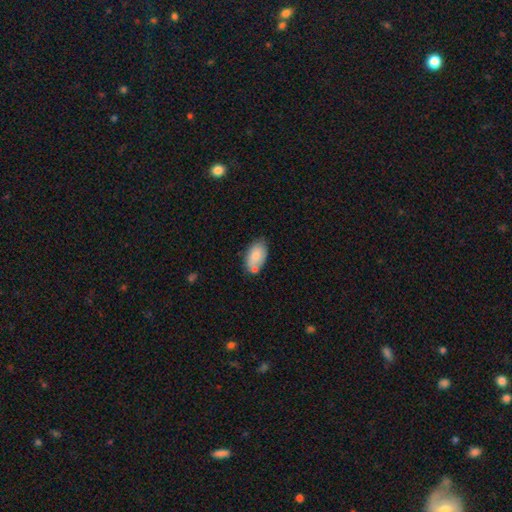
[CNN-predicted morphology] Smooth or featured?
  - smooth: 81% *
  - featured or disk: 12%
  - star or artifact: 7%
How rounded?
  - in between: 94% *
  - round: 4%
  - cigar-shaped: 2%
Merging?
  - none: 63% *
  - minor disturbance: 19%
  - merger: 14%
  - major disturbance: 4%